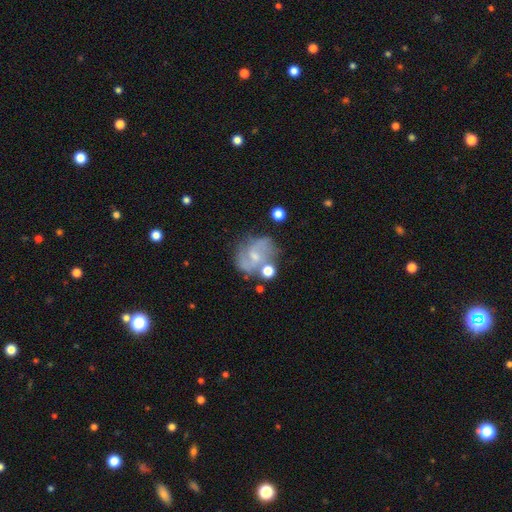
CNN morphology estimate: A featured or disk galaxy (68%) with a weak bar (47%), 2 (73%) medium (47%) spiral arms (85%) and a small central bulge (58%).

Vote fractions:
- Smooth or featured? featured or disk: 68% / smooth: 22% / star or artifact: 9%
- Edge-on disk? no: 98% / yes: 2%
- Bar? weak: 47% / no: 44% / strong: 9%
- Spiral arms? yes: 85% / no: 15%
- Spiral winding? medium: 47% / loose: 35% / tight: 18%
- Spiral arm count? 2: 73% / can't tell: 14% / 3: 6% / 1: 3% / 4: 2% / more than 4: 2%
- Bulge size? small: 58% / moderate: 26% / none: 13% / large: 2% / dominant: 1%
- Merging? none: 52% / minor disturbance: 22% / merger: 13% / major disturbance: 13%